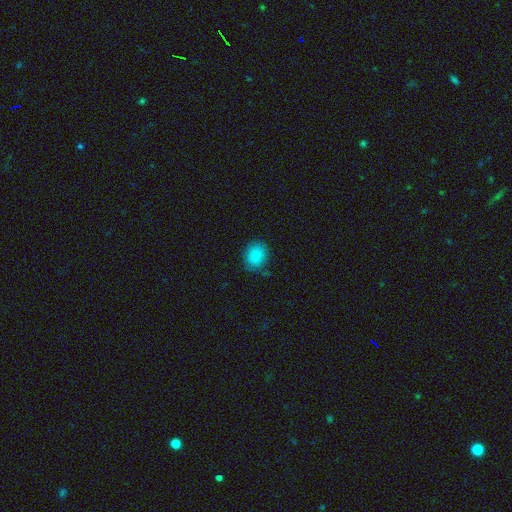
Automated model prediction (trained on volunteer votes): The model was most divided on "how rounded": round: 65%, in between: 34%, cigar-shaped: 1%. More confident: smooth or featured — smooth (87%); merging — none (80%).